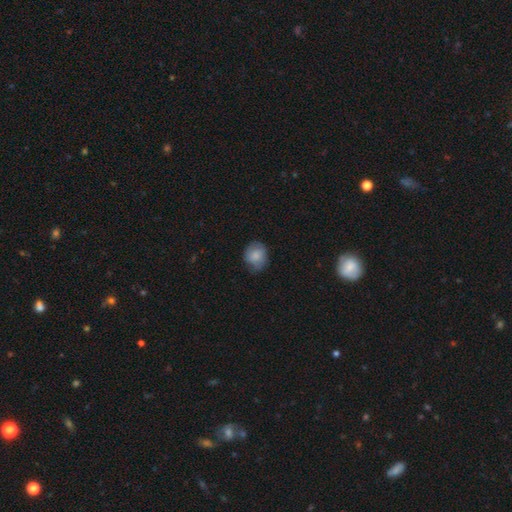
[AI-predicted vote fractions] smooth 78%, featured or disk 14%, star or artifact 8%. Down the decision tree: how rounded — round (63%); merging — none (67%).